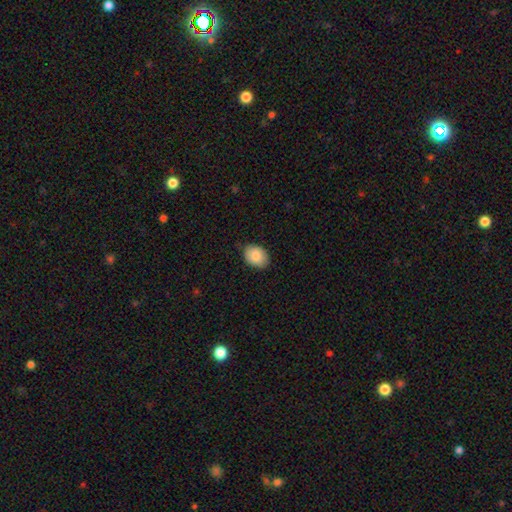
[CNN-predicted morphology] This is clearly a smooth galaxy (85%). How rounded: likely in between (69%). Merging: likely none (79%).